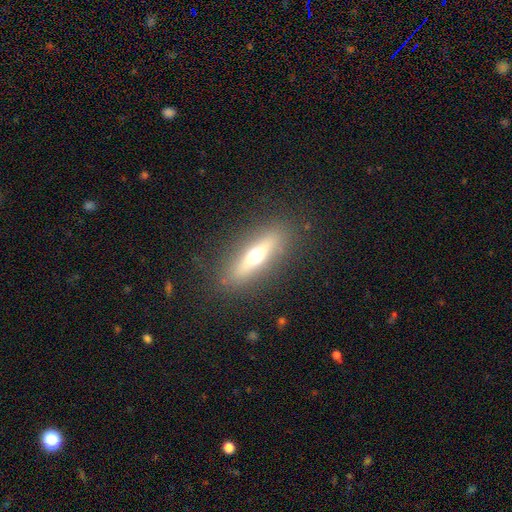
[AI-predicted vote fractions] A featured or disk galaxy (49%). Merging: none (85%).